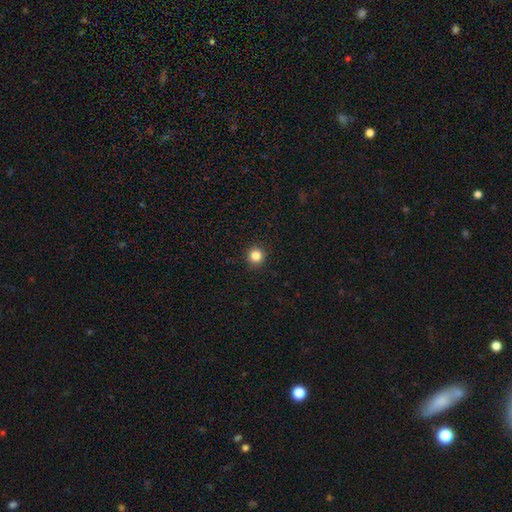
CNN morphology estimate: Smooth or featured: smooth — 85% (star or artifact — 11%)
How rounded: round — 96% (in between — 4%)
Merging: none — 93% (minor disturbance — 4%)